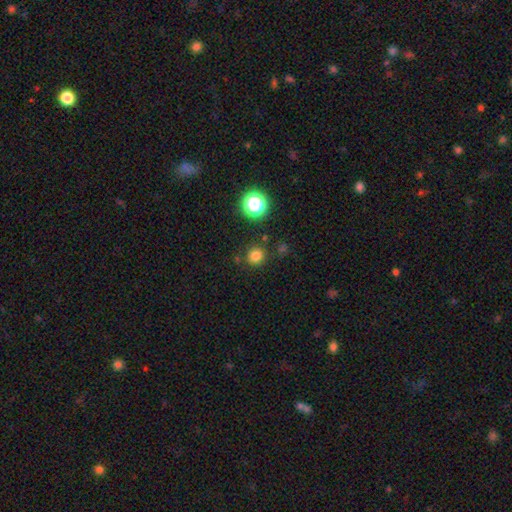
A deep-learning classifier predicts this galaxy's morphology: smooth_or_featured: smooth (p=0.79) [alt: star or artifact p=0.16]
how_rounded: round (p=0.92) [alt: in between p=0.07]
merging: none (p=0.85) [alt: minor disturbance p=0.08]